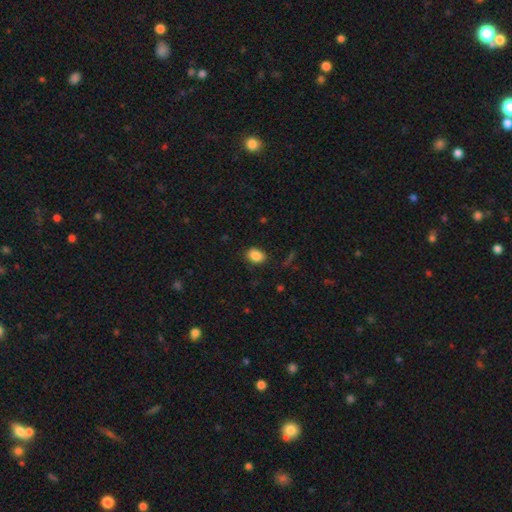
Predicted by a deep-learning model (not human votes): Overall: smooth (86%). How rounded: in between (69%; round 30%). Merging: none (84%).